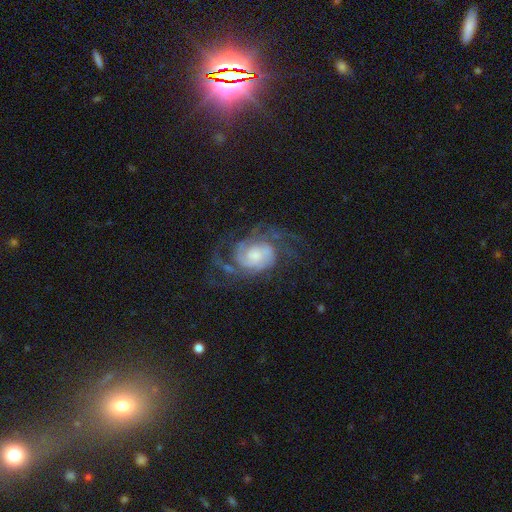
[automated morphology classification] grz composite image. It shows a featured or disk galaxy (86%) with no bar (66%), 2 (36%) tight (44%) spiral arms (96%) and a small central bulge (37%, tied with moderate). Merging: none (56%).